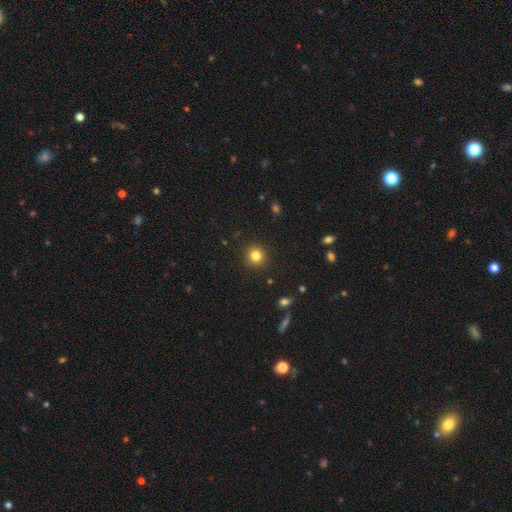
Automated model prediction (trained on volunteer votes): This appears to be a smooth galaxy with no disk features (81%) that is round (92%). Merging: none (91%).